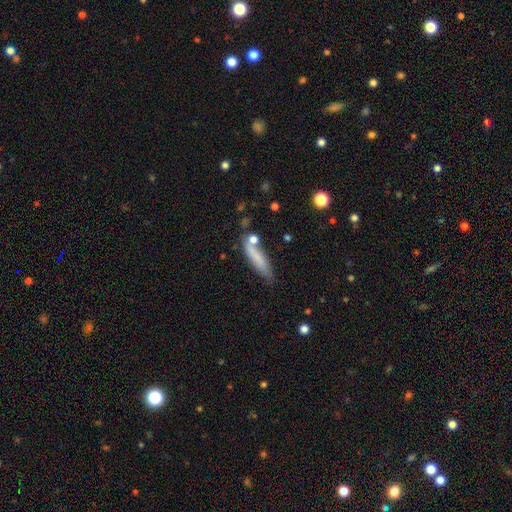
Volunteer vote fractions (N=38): Smooth or featured? smooth (79%)
How rounded? cigar-shaped (83%)
Merging? none (82%)